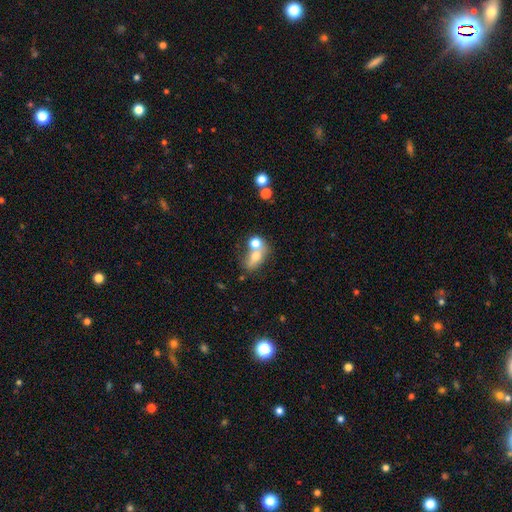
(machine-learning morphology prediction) smooth-or-featured: smooth: 66% | featured or disk: 22% | star or artifact: 11%
  how-rounded: in between: 65% | round: 33% | cigar-shaped: 3%
  merging: merger: 53% | none: 30% | minor disturbance: 11% | major disturbance: 7%